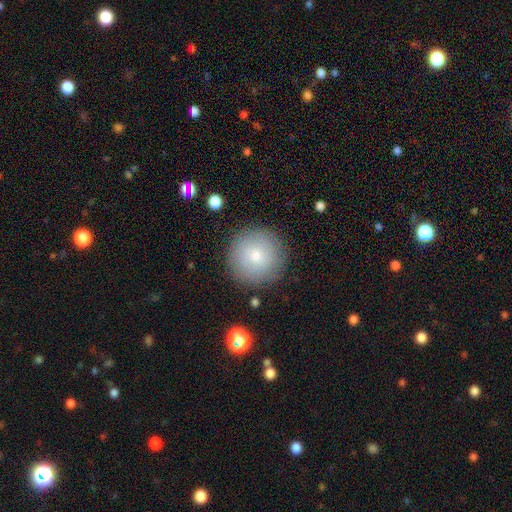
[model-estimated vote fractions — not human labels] This is likely a smooth galaxy (71%). How rounded: clearly round (96%). Merging: clearly none (87%).